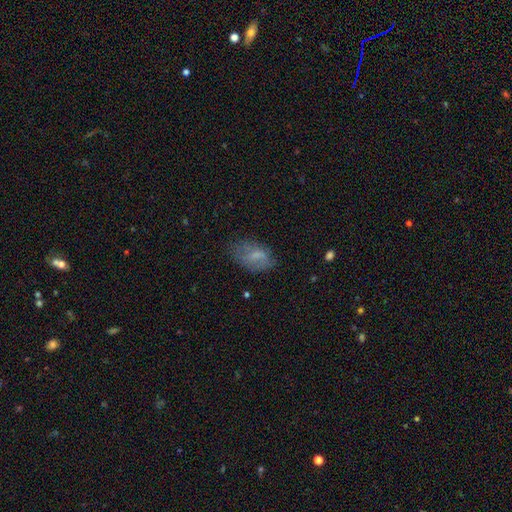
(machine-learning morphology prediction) Smooth or featured? Predicted: smooth (p=0.62). How rounded? Predicted: in between (p=0.89). Merging? Predicted: none (p=0.57).